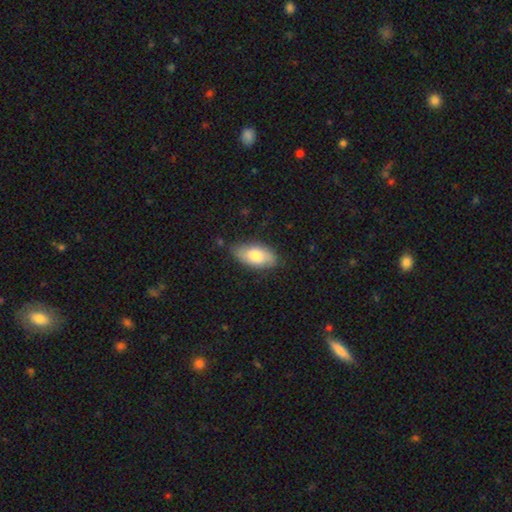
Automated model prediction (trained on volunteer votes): Smooth or featured? smooth (75%)
How rounded? in between (92%)
Merging? none (76%)